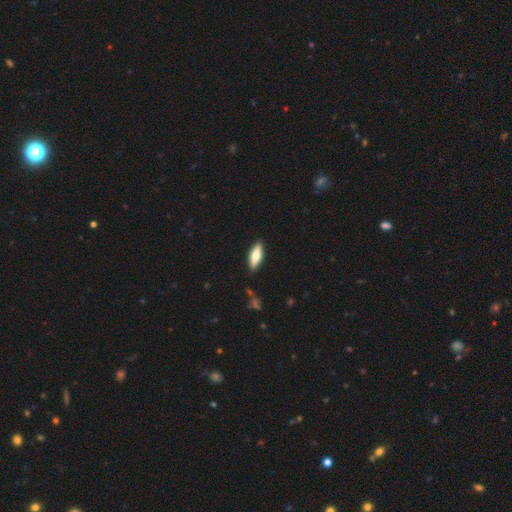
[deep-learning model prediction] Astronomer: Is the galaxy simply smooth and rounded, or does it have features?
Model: smooth — 69%.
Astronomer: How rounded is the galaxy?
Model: in between — 60% (runner-up: cigar-shaped, 38%).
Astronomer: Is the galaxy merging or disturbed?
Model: none — 88%.